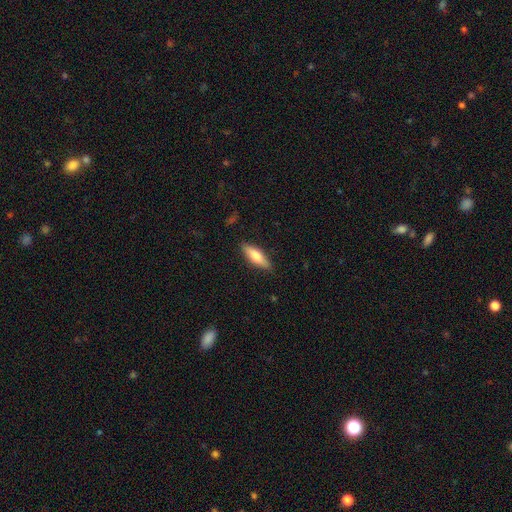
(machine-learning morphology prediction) The model was most divided on "how rounded": in between: 51%, cigar-shaped: 47%, round: 2%. More confident: merging — none (85%); smooth or featured — smooth (68%).